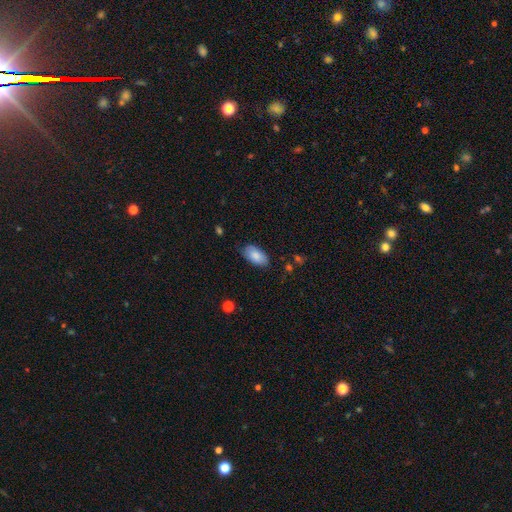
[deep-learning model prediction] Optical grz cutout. It shows a smooth galaxy with no disk features (84%) that is in between round and cigar-shaped (94%). Merging: none (79%).